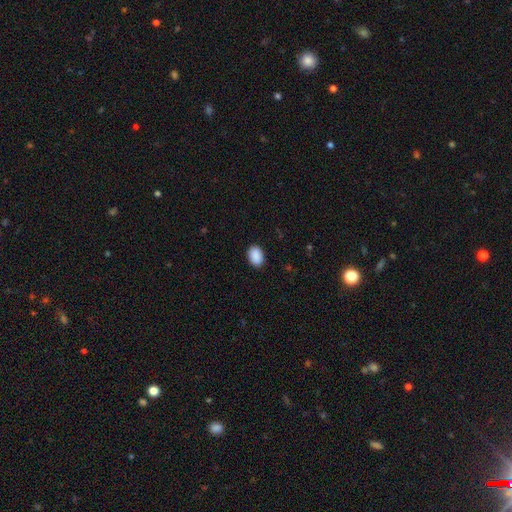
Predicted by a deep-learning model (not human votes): This appears to be a smooth galaxy with no disk features (91%) that is in between round and cigar-shaped (82%). Merging: none (90%).